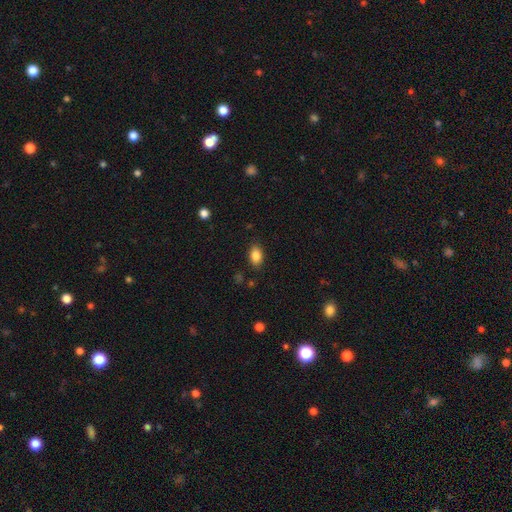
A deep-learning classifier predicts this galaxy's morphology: smooth_or_featured: smooth (p=0.86) [alt: star or artifact p=0.09]
how_rounded: in between (p=0.86) [alt: round p=0.13]
merging: none (p=0.85) [alt: minor disturbance p=0.11]